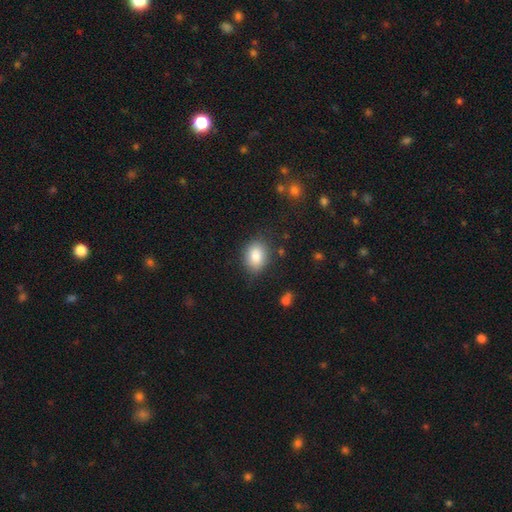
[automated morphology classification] Q: Smooth or featured?
A: smooth (84%); runner-up: star or artifact (8%)
Q: How rounded?
A: in between (57%); runner-up: round (42%)
Q: Merging?
A: none (81%); runner-up: minor disturbance (13%)